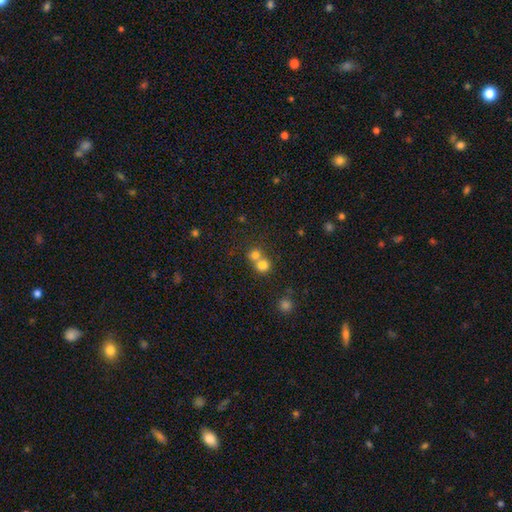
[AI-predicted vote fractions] This is likely a smooth galaxy (75%). How rounded: clearly round (85%). Merging: possibly merger (54%).